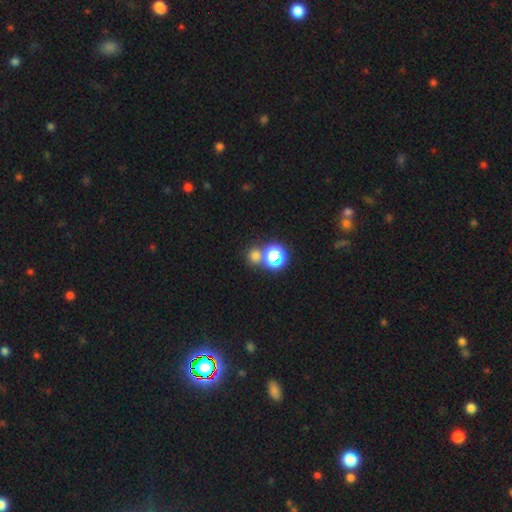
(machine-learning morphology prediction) Smooth or featured? Predicted: smooth (p=0.64). How rounded? Predicted: round (p=0.86). Merging? Predicted: none (p=0.63).